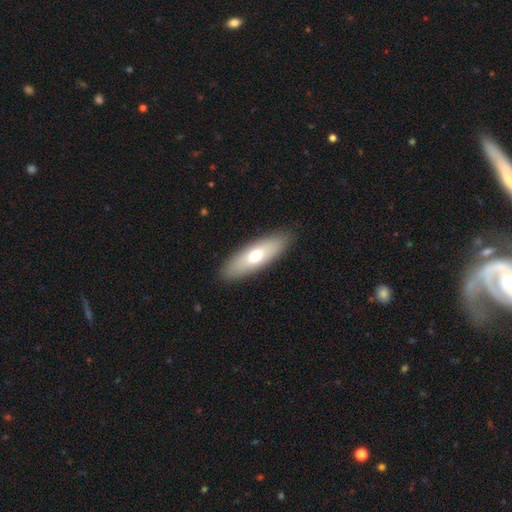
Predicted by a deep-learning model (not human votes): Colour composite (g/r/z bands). It shows a smooth galaxy with no disk features (66%) that is in between round and cigar-shaped (58%). Merging: none (88%).